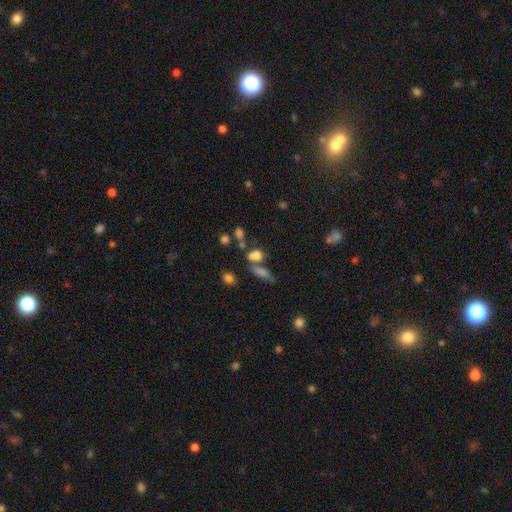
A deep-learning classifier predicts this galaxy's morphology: Smooth or featured: smooth — 71% (star or artifact — 16%)
How rounded: in between — 61% (round — 27%)
Merging: none — 43% (merger — 35%)